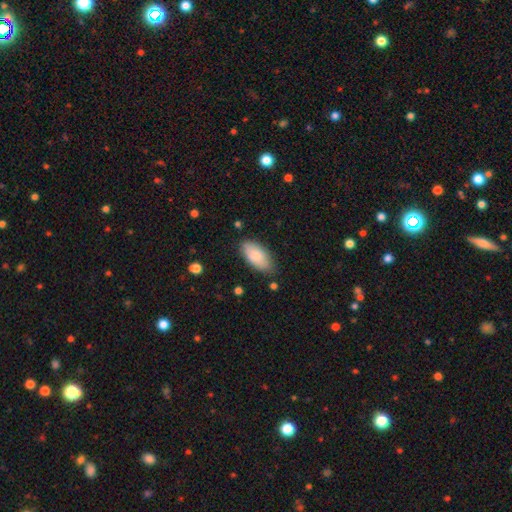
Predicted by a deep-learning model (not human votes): smooth-or-featured: smooth: 83% | featured or disk: 11% | star or artifact: 6%
  how-rounded: in between: 92% | cigar-shaped: 6% | round: 2%
  merging: none: 79% | minor disturbance: 16% | major disturbance: 3% | merger: 2%